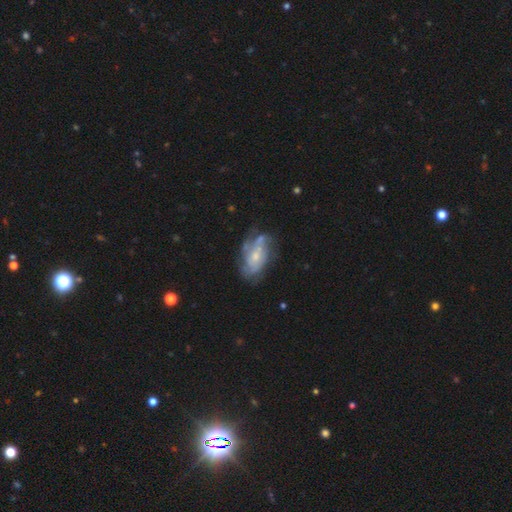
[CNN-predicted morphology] A featured or disk galaxy (71%) with no bar (71%), tight (42%) spiral arms (75%) and a small central bulge (50%). Merging: none (55%).